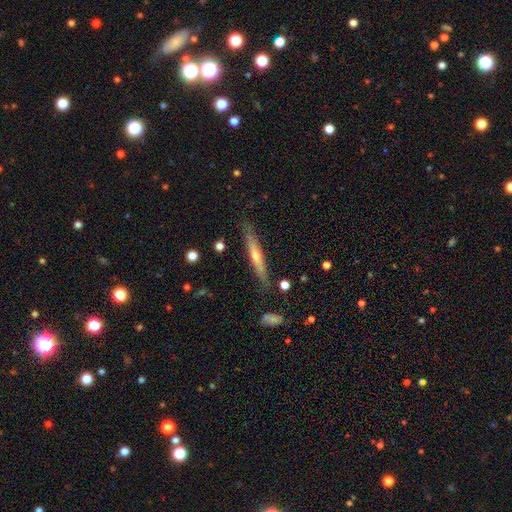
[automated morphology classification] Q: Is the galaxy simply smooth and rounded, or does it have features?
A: featured or disk — 57%.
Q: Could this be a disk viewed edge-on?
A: yes — 94%.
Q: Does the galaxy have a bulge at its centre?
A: rounded — 60%.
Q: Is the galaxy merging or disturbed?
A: none — 84%.